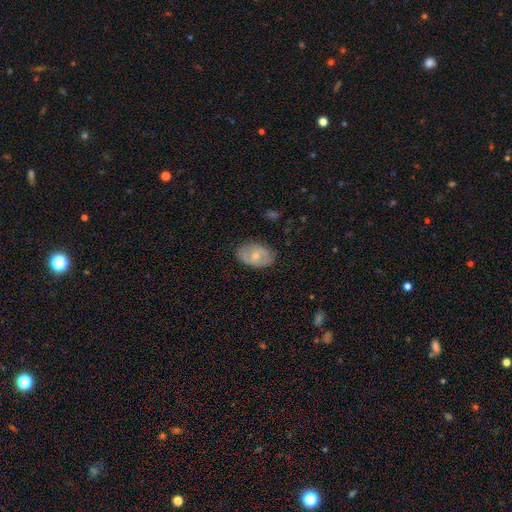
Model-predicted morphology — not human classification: A smooth galaxy with no disk features (56%) that is in between round and cigar-shaped (88%). Merging: none (80%).